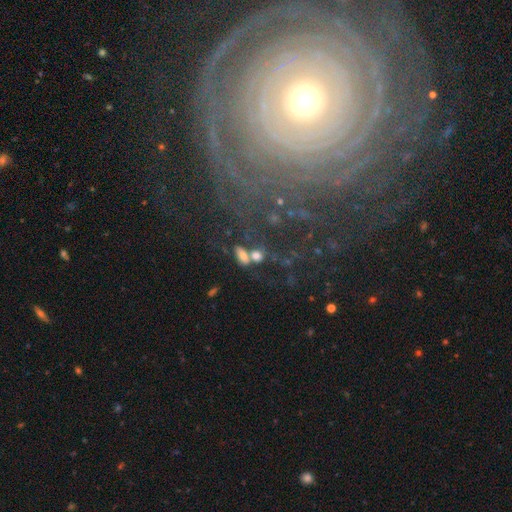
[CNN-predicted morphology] smooth_or_featured: smooth (p=0.66) [alt: featured or disk p=0.17]
how_rounded: in between (p=0.70) [alt: round p=0.22]
merging: none (p=0.43) [alt: merger p=0.34]